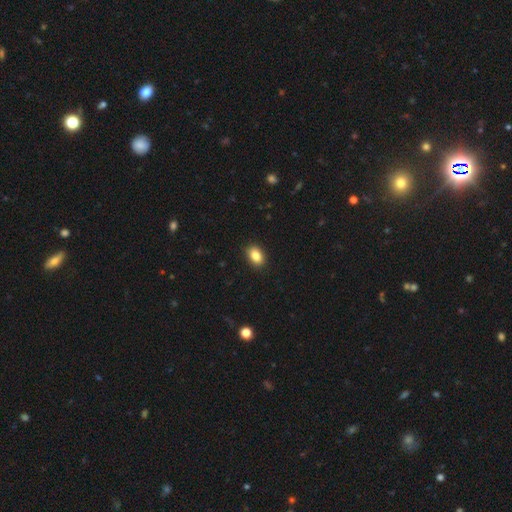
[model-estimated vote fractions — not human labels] Smooth or featured? smooth (87%)
How rounded? in between (85%)
Merging? none (90%)